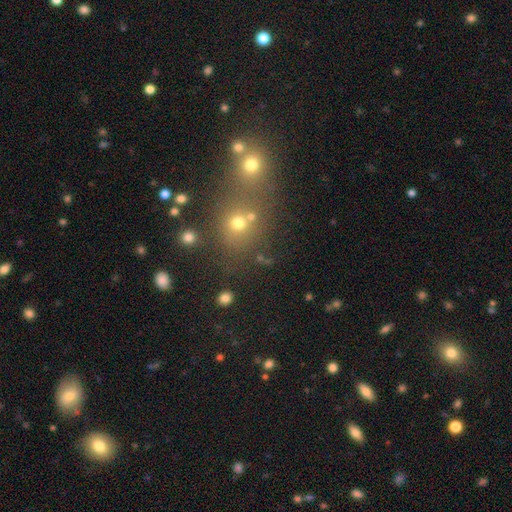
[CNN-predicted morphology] smooth-or-featured: smooth: 46% | star or artifact: 42% | featured or disk: 12%
  merging: none: 51% | merger: 37% | minor disturbance: 8% | major disturbance: 4%